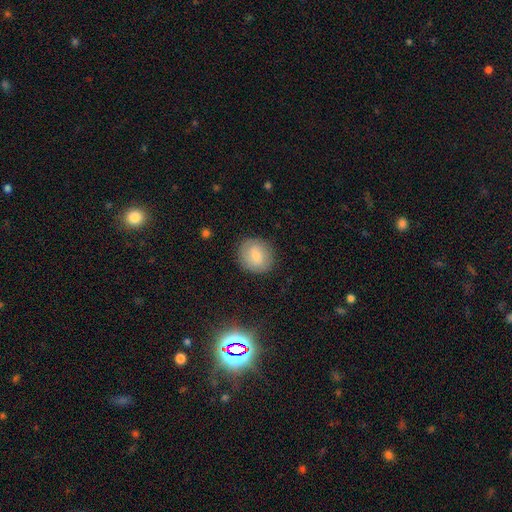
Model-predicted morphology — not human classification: Overall: smooth (74%). How rounded: round (77%). Merging: none (85%).